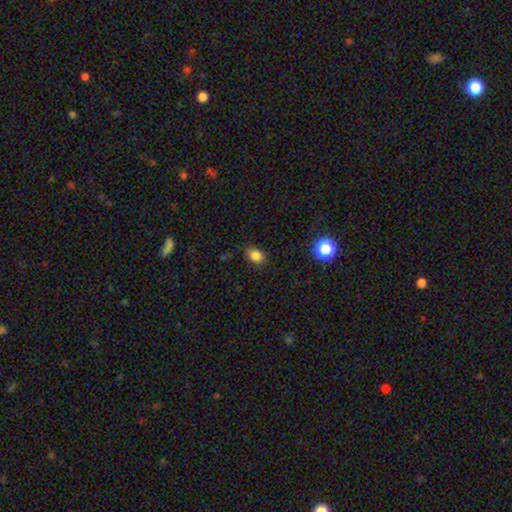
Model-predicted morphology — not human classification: Smooth or featured? smooth (83%)
How rounded? in between (66%)
Merging? none (77%)